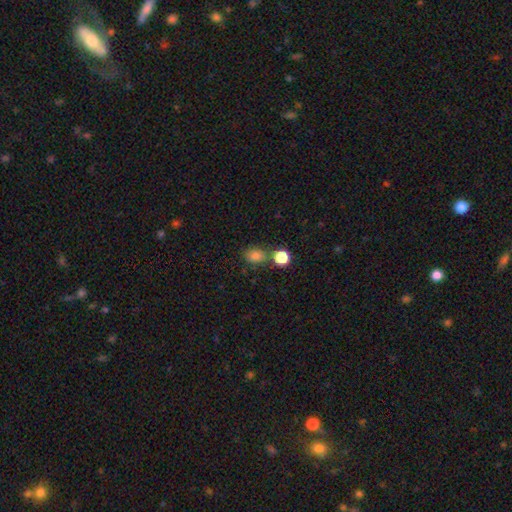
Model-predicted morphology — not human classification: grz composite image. It shows a smooth galaxy with no disk features (80%) that is in between round and cigar-shaped (55%). Merging: none (67%).